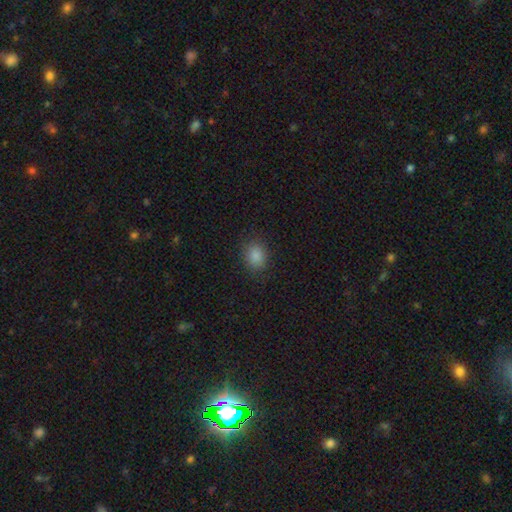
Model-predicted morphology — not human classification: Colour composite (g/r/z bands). It shows a smooth galaxy with no disk features (86%) that is round (50%). Merging: none (85%).